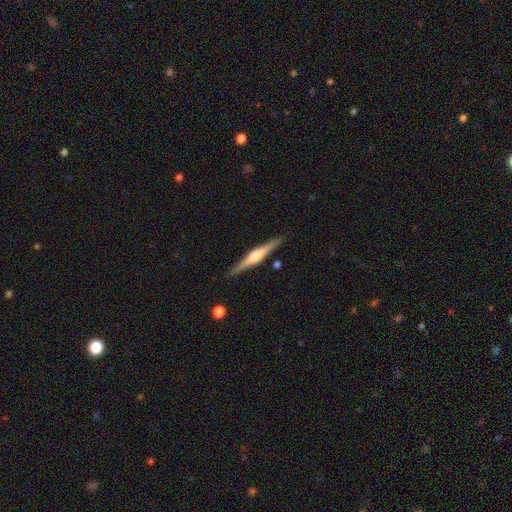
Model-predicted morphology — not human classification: Smooth or featured?
  - featured or disk: 72% *
  - smooth: 23%
  - star or artifact: 5%
Edge-on disk?
  - yes: 98% *
  - no: 2%
Edge-on bulge?
  - rounded: 75% *
  - boxy: 18%
  - none: 6%
Merging?
  - none: 88% *
  - minor disturbance: 8%
  - merger: 2%
  - major disturbance: 2%